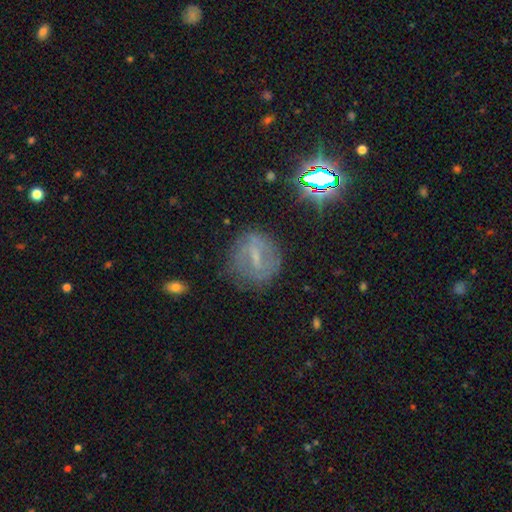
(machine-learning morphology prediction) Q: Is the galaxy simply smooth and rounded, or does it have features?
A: featured or disk — 55%.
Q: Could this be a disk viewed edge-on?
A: no — 92%.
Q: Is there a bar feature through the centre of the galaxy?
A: strong — 45%.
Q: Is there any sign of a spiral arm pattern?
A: yes — 58%.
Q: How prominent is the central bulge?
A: small — 52%.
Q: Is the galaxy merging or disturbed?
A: none — 74%.